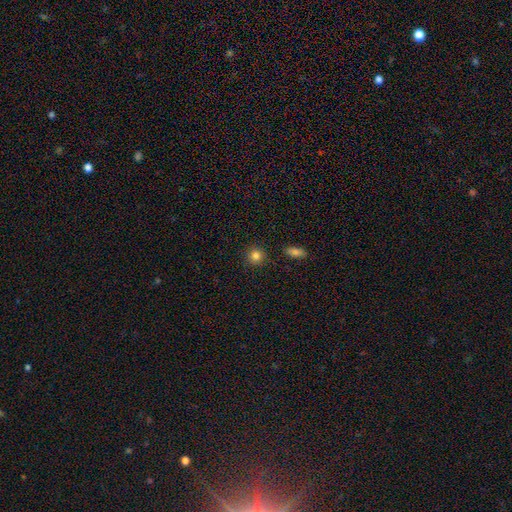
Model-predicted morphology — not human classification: smooth-or-featured: smooth: 83% | star or artifact: 11% | featured or disk: 5%
  how-rounded: round: 92% | in between: 7% | cigar-shaped: 1%
  merging: none: 90% | minor disturbance: 6% | merger: 2% | major disturbance: 2%